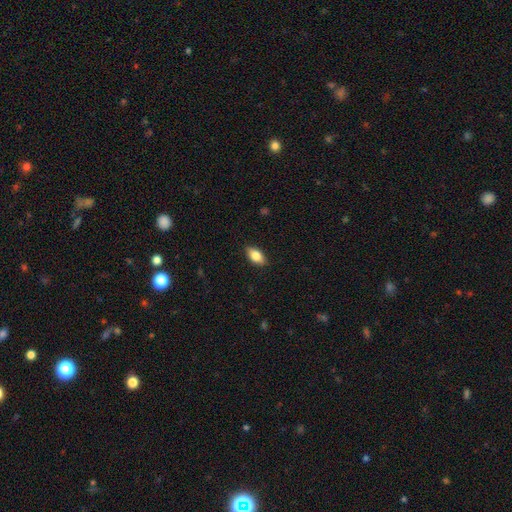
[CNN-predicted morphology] Overall: smooth (81%). How rounded: in between (90%). Merging: none (88%).